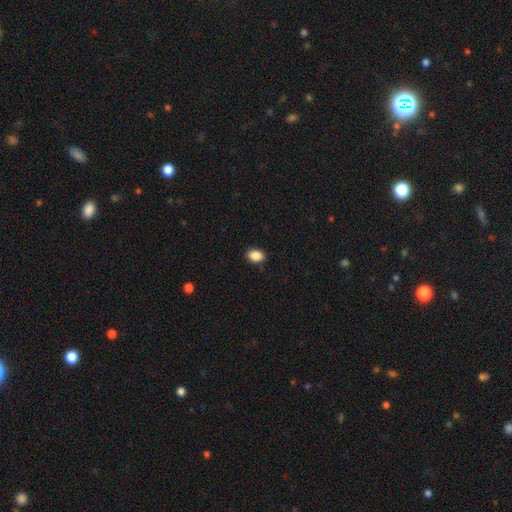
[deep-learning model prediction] Q: Smooth or featured?
A: smooth (88%); runner-up: star or artifact (8%)
Q: How rounded?
A: in between (79%); runner-up: round (20%)
Q: Merging?
A: none (88%); runner-up: minor disturbance (9%)